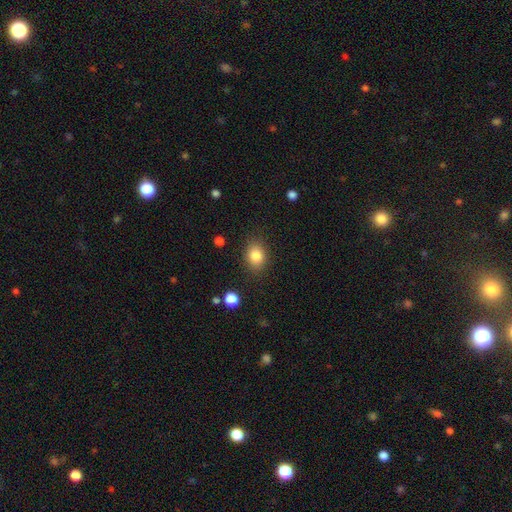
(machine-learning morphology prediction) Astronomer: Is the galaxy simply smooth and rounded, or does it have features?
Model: smooth — 84%.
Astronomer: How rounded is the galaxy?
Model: in between — 53% (runner-up: round, 46%).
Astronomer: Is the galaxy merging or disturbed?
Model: none — 84%.